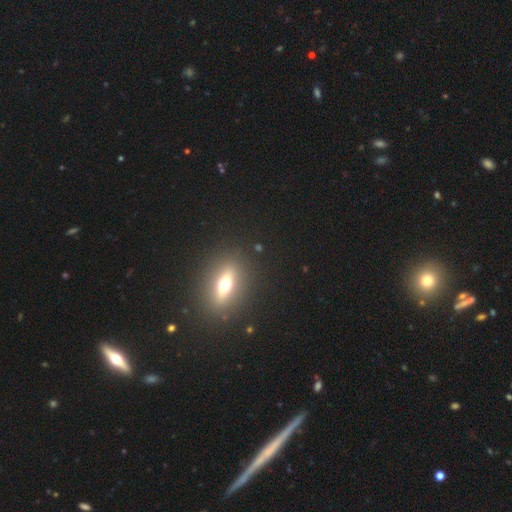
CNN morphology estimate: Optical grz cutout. It shows a smooth galaxy with no disk features (51%) that is in between round and cigar-shaped (64%). Merging: none (89%).